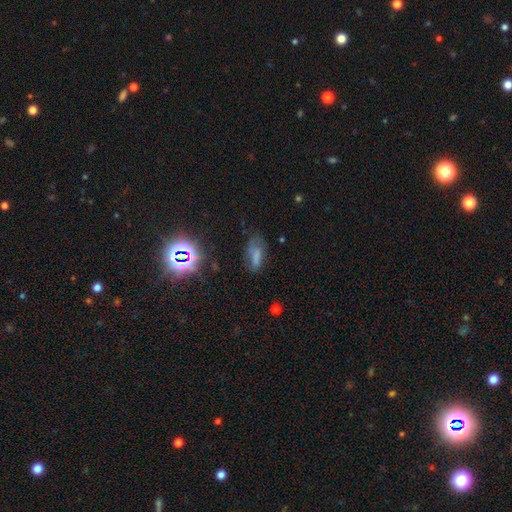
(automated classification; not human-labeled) Smooth or featured? Predicted: smooth (p=0.57). How rounded? Predicted: in between (p=0.75). Merging? Predicted: none (p=0.46).